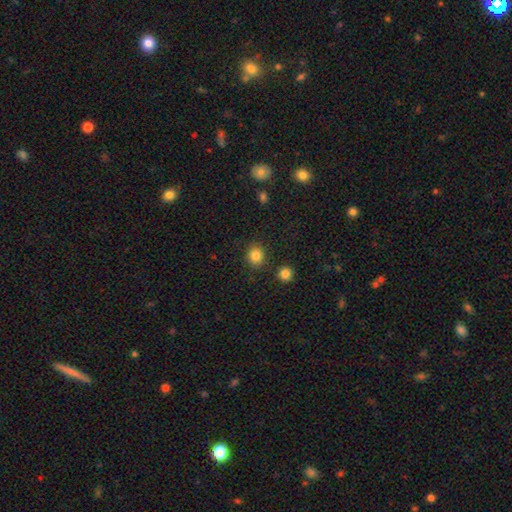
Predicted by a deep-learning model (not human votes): Q: Smooth or featured?
A: smooth (84%); runner-up: star or artifact (11%)
Q: How rounded?
A: round (80%); runner-up: in between (19%)
Q: Merging?
A: none (87%); runner-up: minor disturbance (7%)